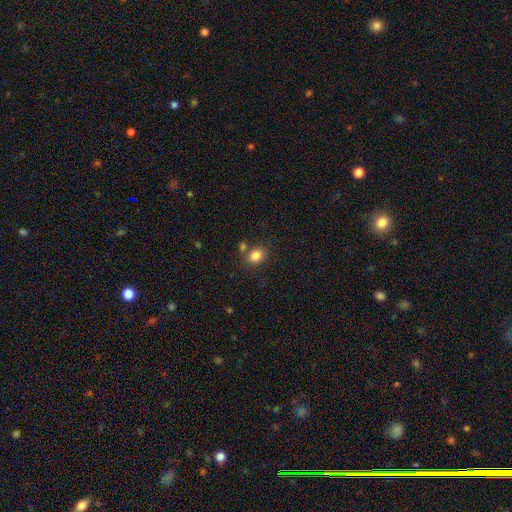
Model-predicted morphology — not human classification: Smooth or featured? smooth (83%)
How rounded? in between (55%)
Merging? none (71%)